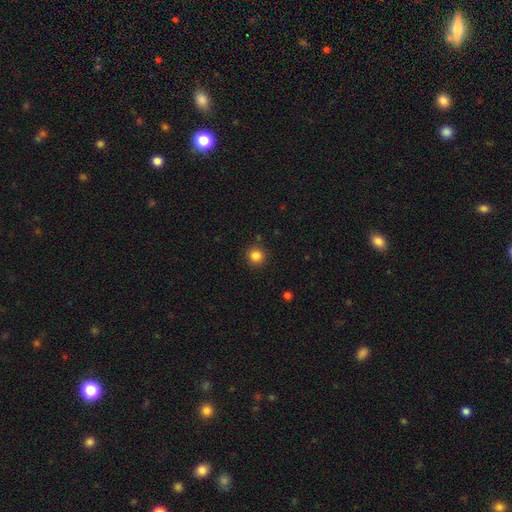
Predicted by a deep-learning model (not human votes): smooth 85%, star or artifact 11%, featured or disk 4%. Down the decision tree: how rounded — round (93%); merging — none (90%).